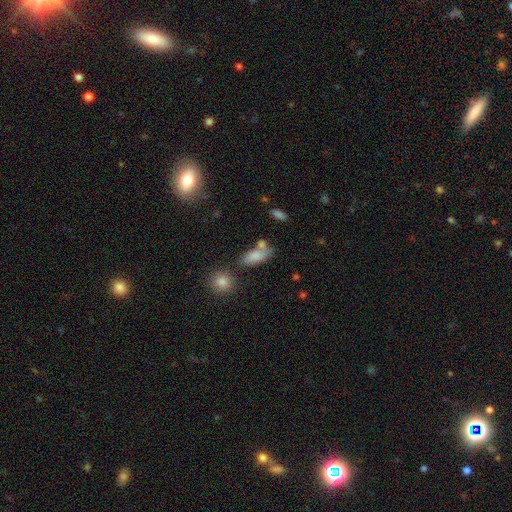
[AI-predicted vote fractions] Overall: smooth (81%). How rounded: in between (84%). Merging: none (50%; merger 25%).